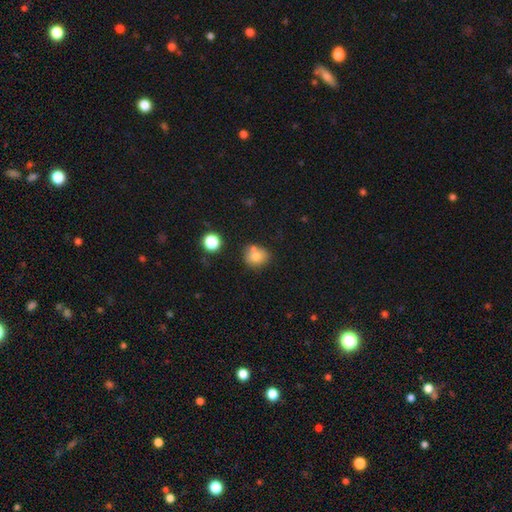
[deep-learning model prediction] Smooth or featured: smooth — 77% (star or artifact — 12%)
How rounded: round — 77% (in between — 22%)
Merging: none — 63% (merger — 20%)